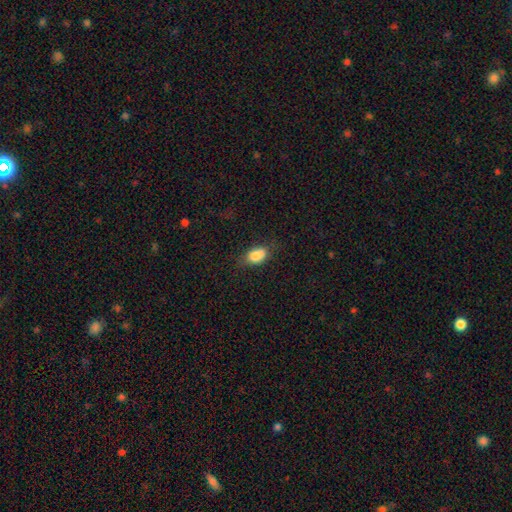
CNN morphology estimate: Overall: smooth (81%). How rounded: in between (83%). Merging: none (61%; minor disturbance 26%).